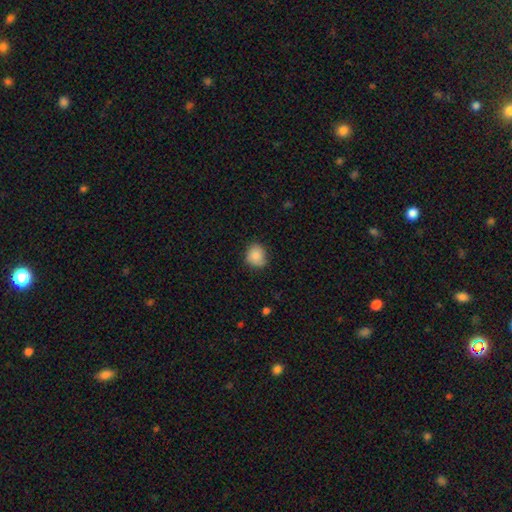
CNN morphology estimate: Q: Smooth or featured?
A: smooth (86%); runner-up: star or artifact (8%)
Q: How rounded?
A: round (77%); runner-up: in between (22%)
Q: Merging?
A: none (74%); runner-up: minor disturbance (21%)